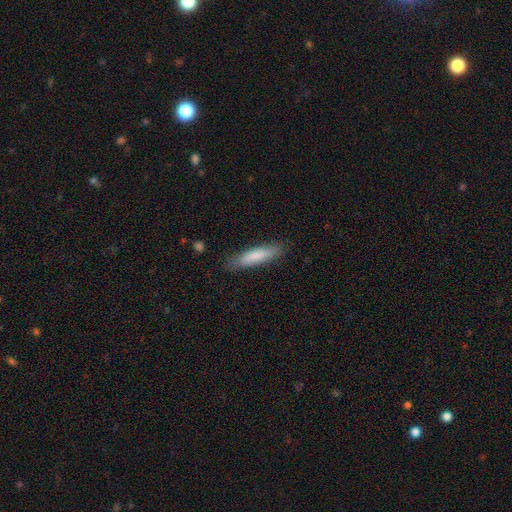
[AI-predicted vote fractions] Smooth or featured? smooth (80%)
How rounded? cigar-shaped (80%)
Merging? none (84%)